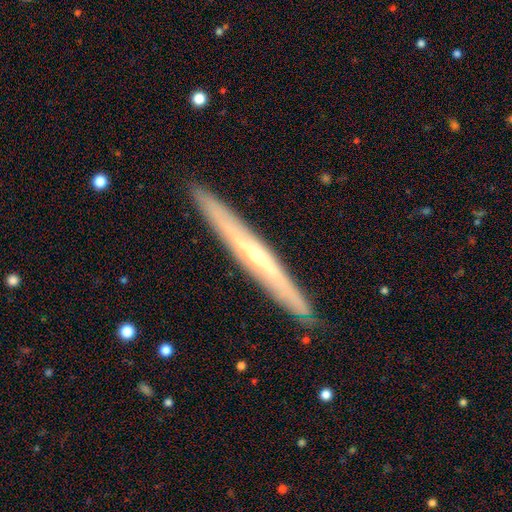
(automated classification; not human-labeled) Q: Smooth or featured?
A: featured or disk (74%); runner-up: smooth (20%)
Q: Edge-on disk?
A: yes (93%); runner-up: no (7%)
Q: Edge-on bulge?
A: rounded (62%); runner-up: none (35%)
Q: Merging?
A: none (91%); runner-up: minor disturbance (7%)